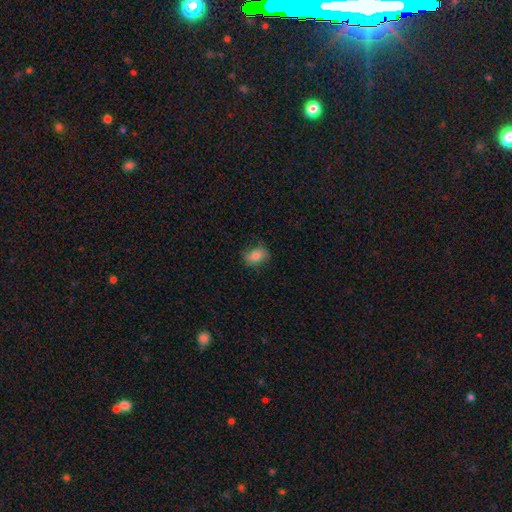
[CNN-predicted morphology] smooth-or-featured: smooth: 79% | featured or disk: 13% | star or artifact: 9%
  how-rounded: in between: 70% | round: 29% | cigar-shaped: 2%
  merging: none: 75% | minor disturbance: 19% | major disturbance: 4% | merger: 1%